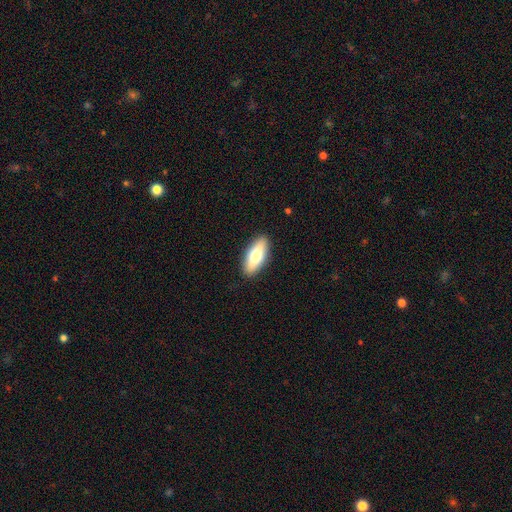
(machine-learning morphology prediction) Overall: smooth (70%). How rounded: in between (76%). Merging: none (89%).